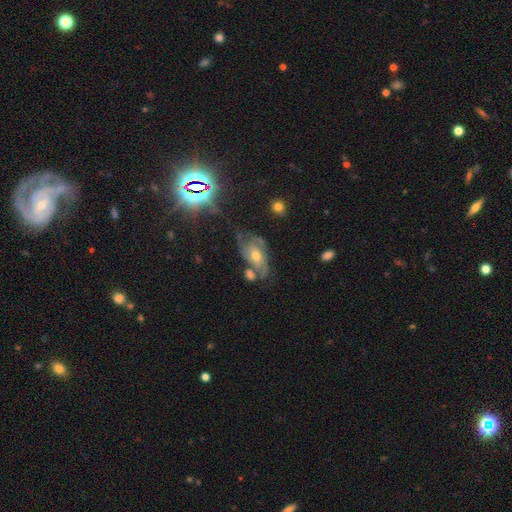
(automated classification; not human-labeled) This appears to be a featured or disk galaxy (66%) with no bar (68%), tight (44%) spiral arms (86%) and a moderate central bulge (67%). Merging: none (52%).